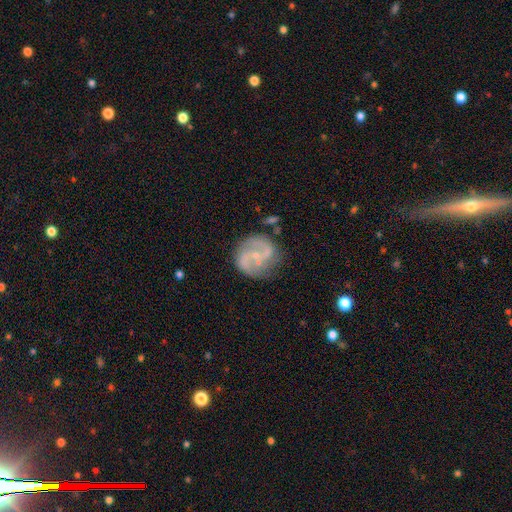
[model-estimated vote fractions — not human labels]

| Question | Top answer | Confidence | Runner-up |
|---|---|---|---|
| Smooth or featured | featured or disk | 82% | smooth (12%) |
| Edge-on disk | no | 98% | yes (2%) |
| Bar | no | 47% | weak (41%) |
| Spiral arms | yes | 94% | no (6%) |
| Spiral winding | medium | 51% | loose (28%) |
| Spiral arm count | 2 | 84% | can't tell (6%) |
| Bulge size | small | 73% | moderate (18%) |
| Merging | none | 72% | minor disturbance (18%) |